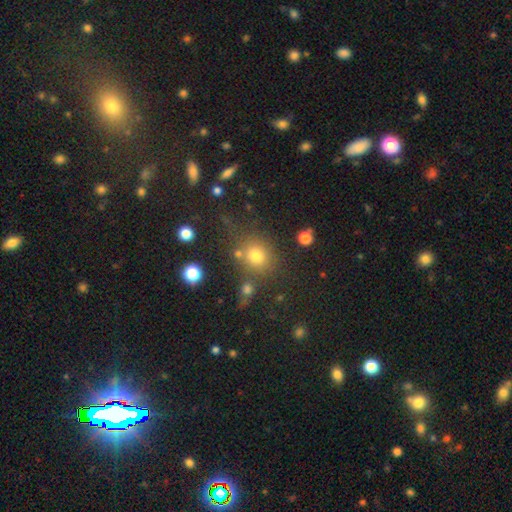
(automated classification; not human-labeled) smooth-or-featured: smooth: 72% | star or artifact: 19% | featured or disk: 9%
  how-rounded: round: 82% | in between: 17% | cigar-shaped: 1%
  merging: none: 74% | minor disturbance: 11% | merger: 10% | major disturbance: 5%